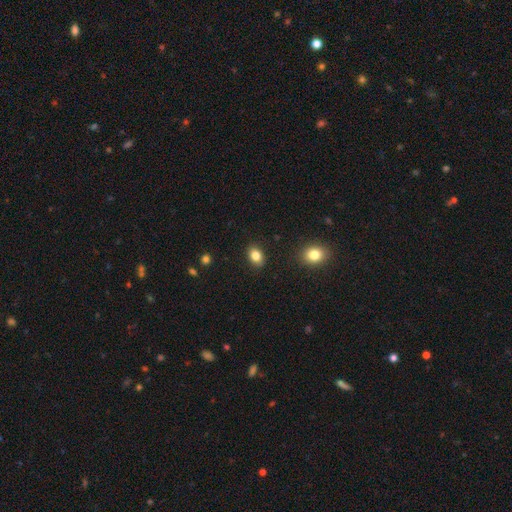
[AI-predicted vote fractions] This appears to be a smooth galaxy with no disk features (83%) that is in between round and cigar-shaped (75%). Merging: none (88%).